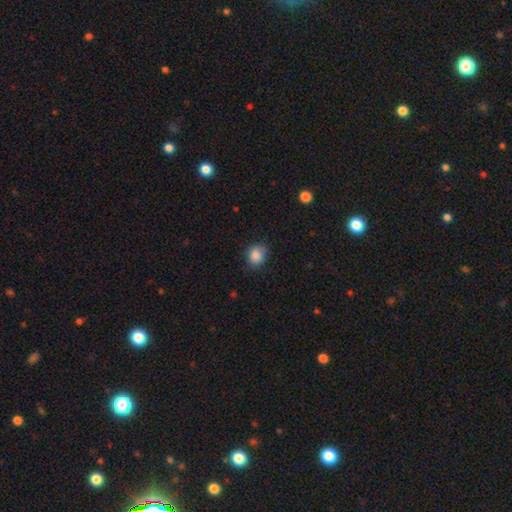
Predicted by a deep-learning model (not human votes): This appears to be a smooth galaxy with no disk features (87%) that is round (69%). Merging: none (77%).